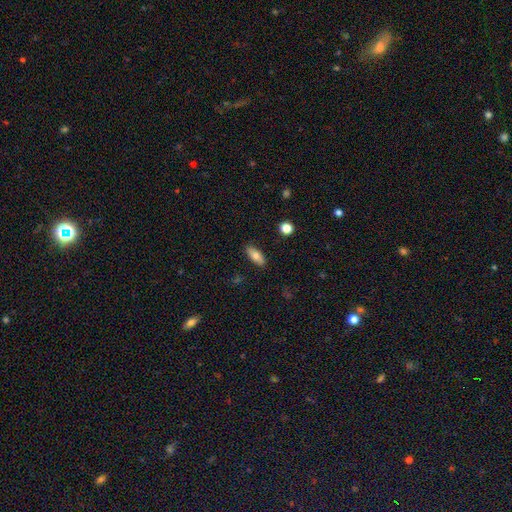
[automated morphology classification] Overall: smooth (73%). How rounded: in between (79%). Merging: none (87%).